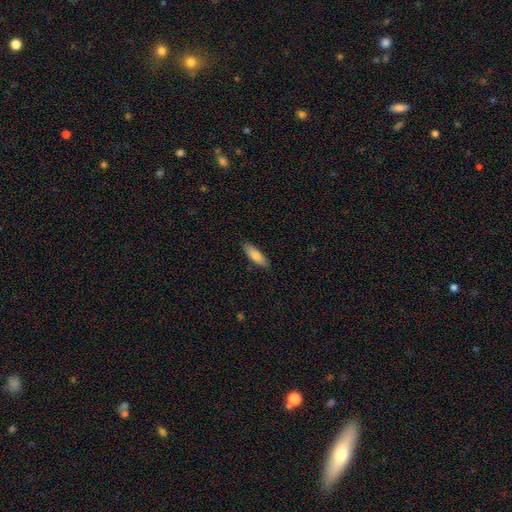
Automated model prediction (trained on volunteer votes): Smooth or featured? Predicted: smooth (p=0.80). How rounded? Predicted: cigar-shaped (p=0.50). Merging? Predicted: none (p=0.86).